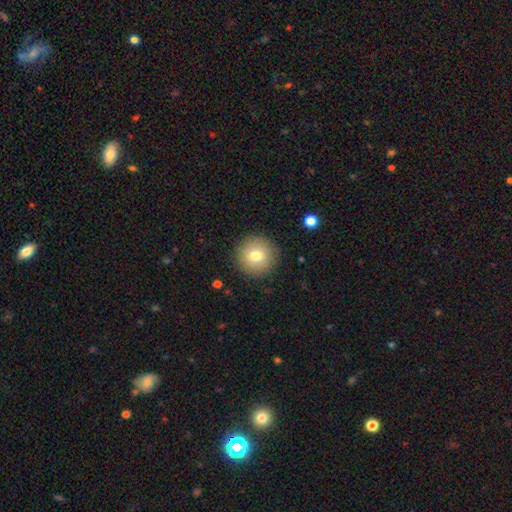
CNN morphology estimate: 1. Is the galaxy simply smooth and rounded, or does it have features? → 76% smooth, 14% featured or disk, 10% star or artifact.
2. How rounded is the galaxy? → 95% round, 4% in between, 1% cigar-shaped.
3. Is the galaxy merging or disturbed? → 90% none, 7% minor disturbance, 2% major disturbance, 1% merger.